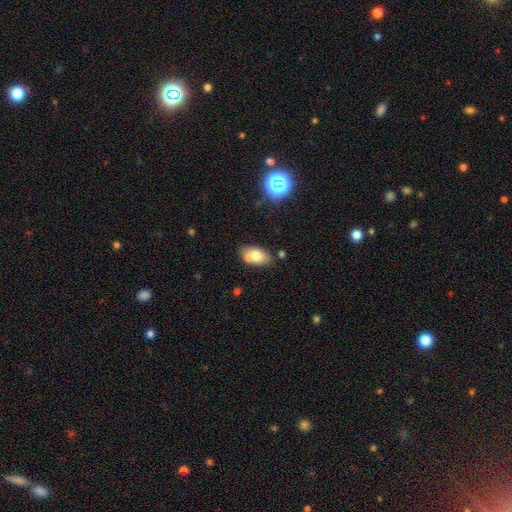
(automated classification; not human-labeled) Overall: smooth (72%). How rounded: in between (89%). Merging: none (61%).